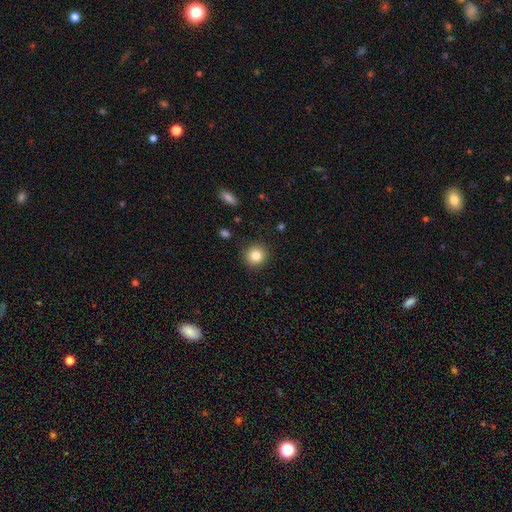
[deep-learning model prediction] A smooth galaxy with no disk features (83%) that is round (91%). Merging: none (90%).